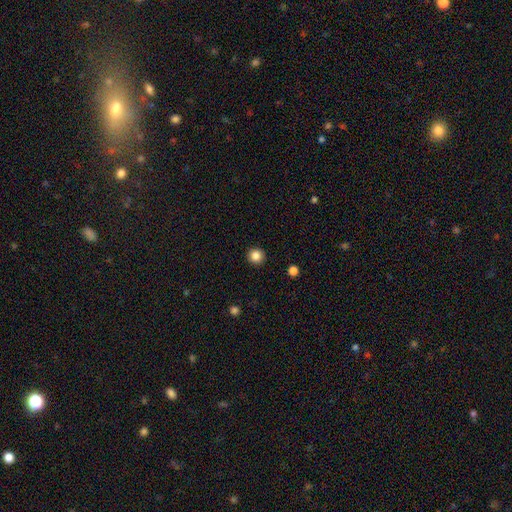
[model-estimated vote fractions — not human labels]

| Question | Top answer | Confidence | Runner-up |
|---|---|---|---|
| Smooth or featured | smooth | 85% | star or artifact (11%) |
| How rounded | round | 93% | in between (6%) |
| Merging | none | 93% | minor disturbance (5%) |